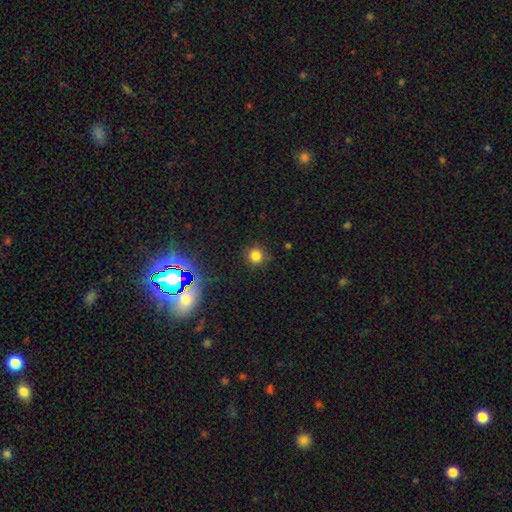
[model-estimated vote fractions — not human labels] This appears to be a smooth galaxy with no disk features (78%) that is round (92%). Merging: none (86%).